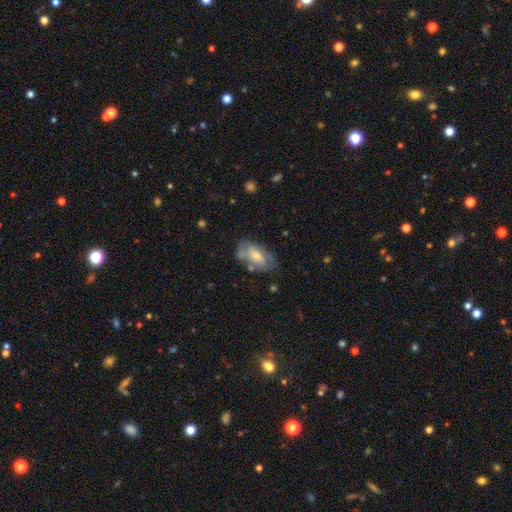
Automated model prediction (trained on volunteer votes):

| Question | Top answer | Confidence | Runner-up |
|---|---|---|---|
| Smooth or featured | smooth | 49% | featured or disk (45%) |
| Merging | none | 56% | minor disturbance (26%) |